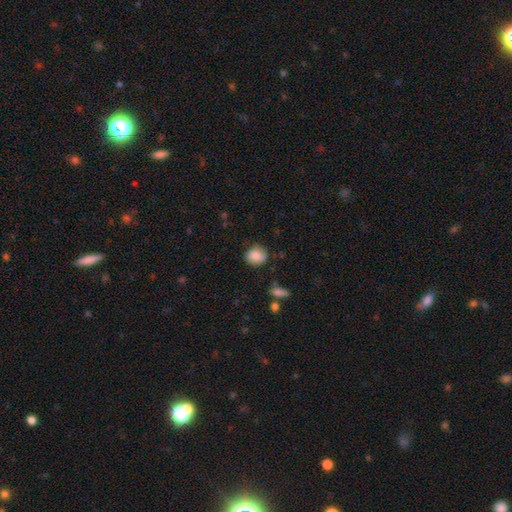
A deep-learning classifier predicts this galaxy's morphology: Smooth or featured? Predicted: smooth (p=0.82). How rounded? Predicted: round (p=0.75). Merging? Predicted: none (p=0.77).